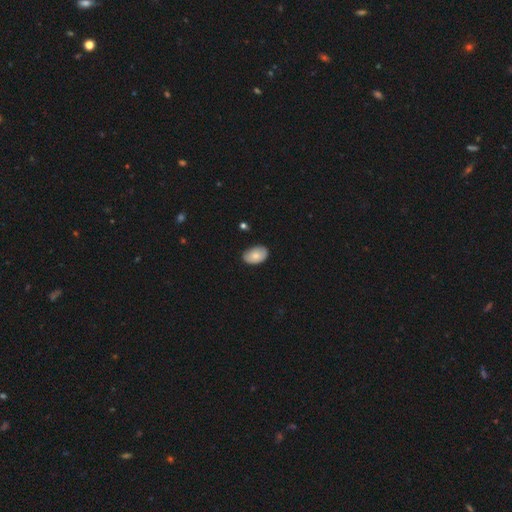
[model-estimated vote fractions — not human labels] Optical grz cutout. It shows a smooth galaxy with no disk features (79%) that is in between round and cigar-shaped (90%). Merging: none (79%).